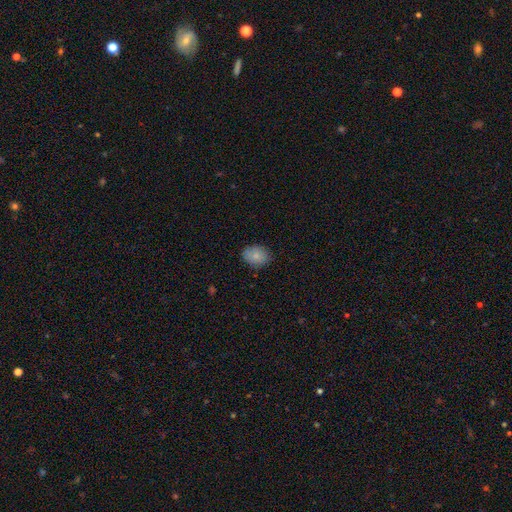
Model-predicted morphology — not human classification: Q: Smooth or featured?
A: smooth (83%); runner-up: featured or disk (9%)
Q: How rounded?
A: in between (67%); runner-up: round (32%)
Q: Merging?
A: none (82%); runner-up: minor disturbance (15%)